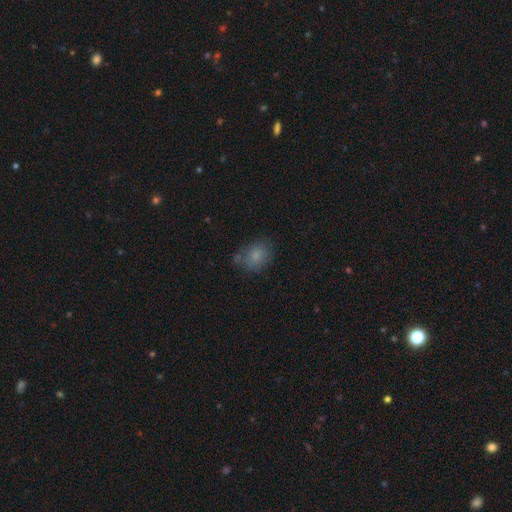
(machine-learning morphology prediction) A smooth galaxy with no disk features (80%) that is in between round and cigar-shaped (53%).

Vote fractions:
- Smooth or featured? smooth: 80% / featured or disk: 10% / star or artifact: 10%
- How rounded? in between: 53% / round: 46% / cigar-shaped: 1%
- Merging? none: 66% / minor disturbance: 20% / major disturbance: 7% / merger: 7%